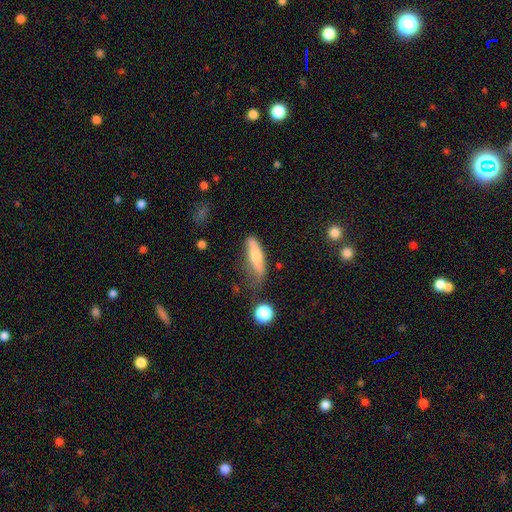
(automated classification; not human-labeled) A smooth galaxy with no disk features (57%) that is cigar-shaped (66%).

Vote fractions:
- Smooth or featured? smooth: 57% / featured or disk: 34% / star or artifact: 8%
- How rounded? cigar-shaped: 66% / in between: 32% / round: 2%
- Merging? none: 46% / minor disturbance: 33% / major disturbance: 16% / merger: 5%